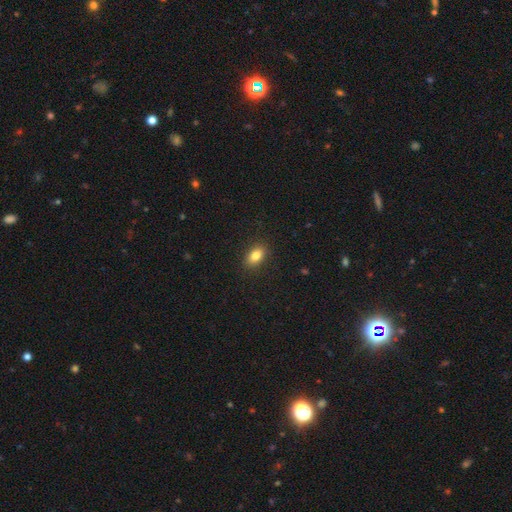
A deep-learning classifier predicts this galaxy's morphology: type=smooth (83%); roundness=in between (84%); merging=none (88%).